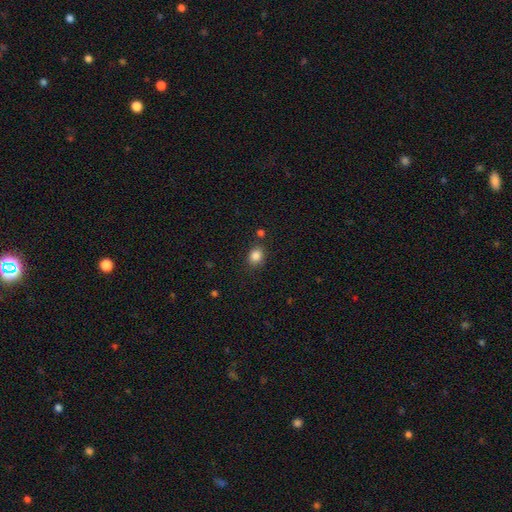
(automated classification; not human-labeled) A smooth galaxy with no disk features (85%) that is round (50%).

Vote fractions:
- Smooth or featured? smooth: 85% / star or artifact: 11% / featured or disk: 5%
- How rounded? round: 50% / in between: 49% / cigar-shaped: 1%
- Merging? none: 78% / minor disturbance: 13% / merger: 6% / major disturbance: 4%